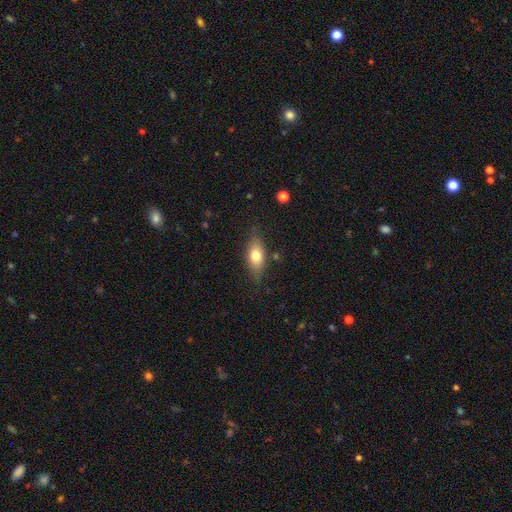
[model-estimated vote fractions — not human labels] Overall: smooth (68%). How rounded: in between (76%). Merging: none (77%).